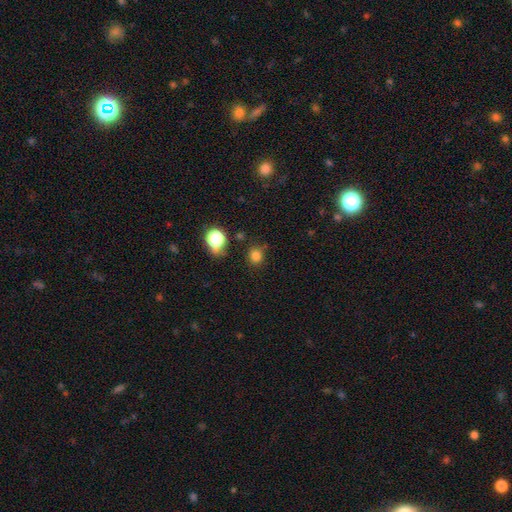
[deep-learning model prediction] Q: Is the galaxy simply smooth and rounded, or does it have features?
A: smooth — 78%.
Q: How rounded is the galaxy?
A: round — 82%.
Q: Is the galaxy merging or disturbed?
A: none — 78%.